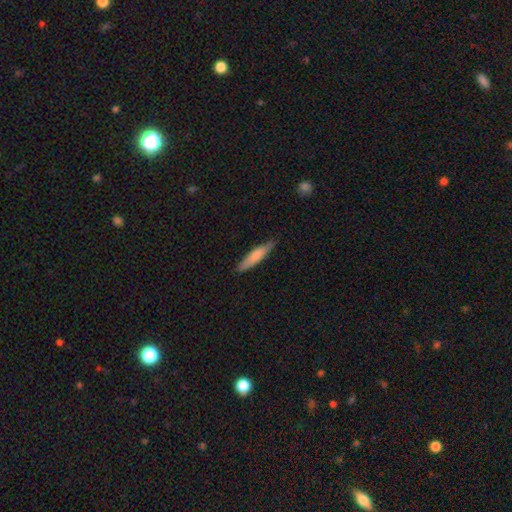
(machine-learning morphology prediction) type=smooth (73%); roundness=cigar-shaped (82%); merging=none (82%).